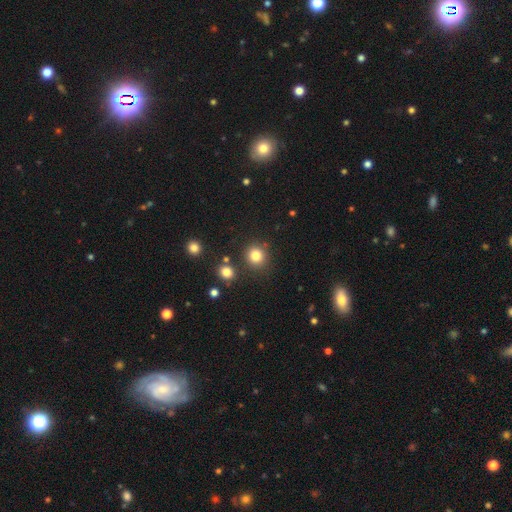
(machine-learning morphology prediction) Smooth or featured: smooth — 82% (star or artifact — 12%)
How rounded: round — 88% (in between — 11%)
Merging: none — 84% (minor disturbance — 8%)